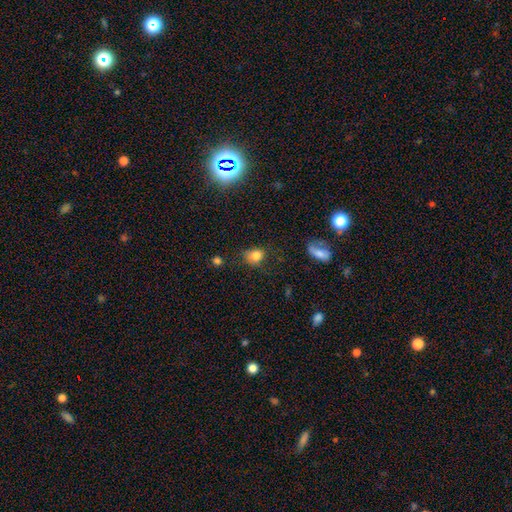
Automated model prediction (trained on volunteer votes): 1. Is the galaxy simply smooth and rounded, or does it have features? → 81% smooth, 11% star or artifact, 7% featured or disk.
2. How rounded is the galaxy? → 58% round, 40% in between, 1% cigar-shaped.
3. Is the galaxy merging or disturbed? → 64% none, 25% minor disturbance, 8% major disturbance, 3% merger.